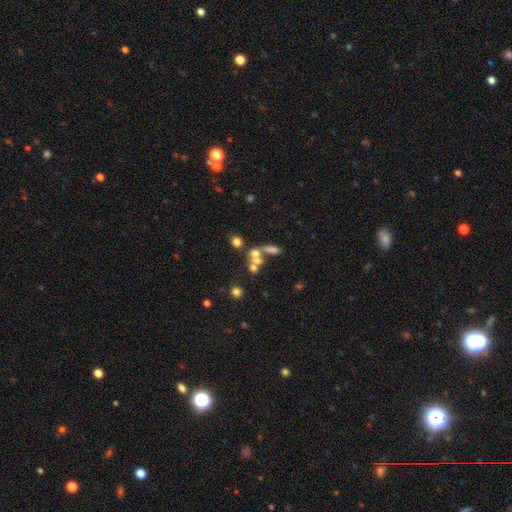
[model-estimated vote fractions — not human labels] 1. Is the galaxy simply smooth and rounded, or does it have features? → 52% smooth, 27% featured or disk, 21% star or artifact.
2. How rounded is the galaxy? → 51% round, 42% in between, 7% cigar-shaped.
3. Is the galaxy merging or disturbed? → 49% merger, 33% none, 9% major disturbance, 9% minor disturbance.